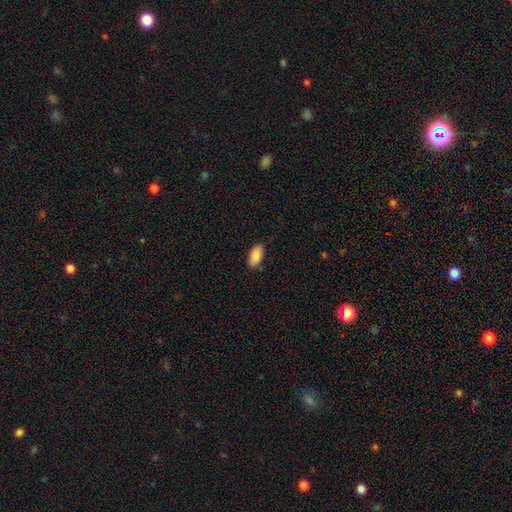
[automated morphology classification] Smooth or featured? Predicted: smooth (p=0.87). How rounded? Predicted: in between (p=0.92). Merging? Predicted: none (p=0.84).